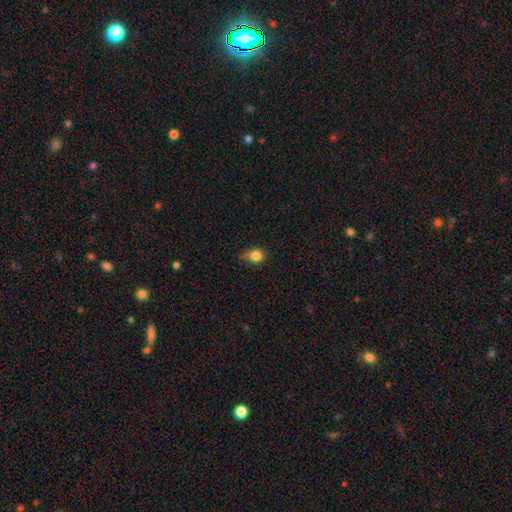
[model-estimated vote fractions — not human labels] smooth_or_featured: smooth (p=0.84) [alt: star or artifact p=0.10]
how_rounded: round (p=0.79) [alt: in between p=0.20]
merging: none (p=0.55) [alt: minor disturbance p=0.34]